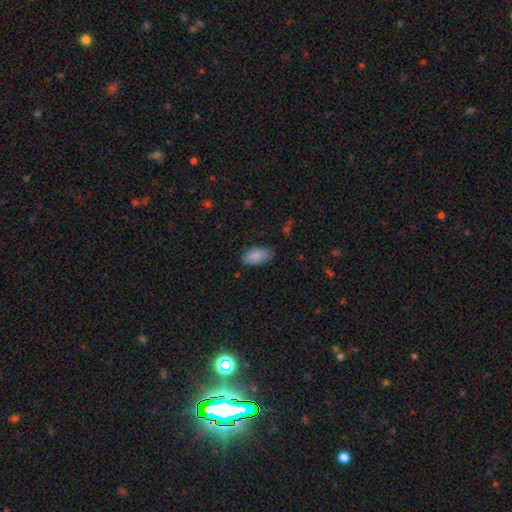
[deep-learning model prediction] Q: Smooth or featured?
A: smooth (89%); runner-up: star or artifact (7%)
Q: How rounded?
A: in between (94%); runner-up: cigar-shaped (4%)
Q: Merging?
A: none (80%); runner-up: minor disturbance (16%)